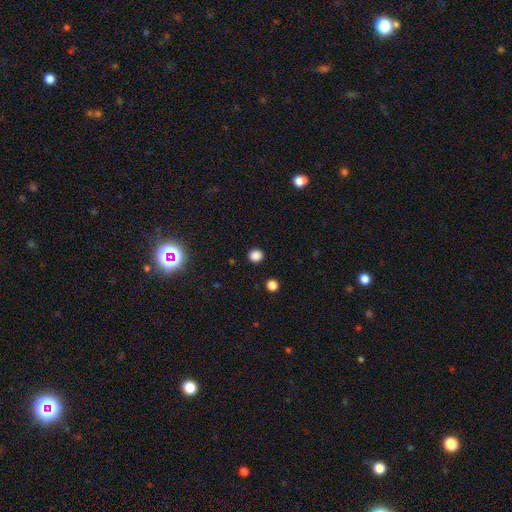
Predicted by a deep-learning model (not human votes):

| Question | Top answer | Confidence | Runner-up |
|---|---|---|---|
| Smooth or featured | smooth | 85% | star or artifact (13%) |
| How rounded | round | 85% | in between (14%) |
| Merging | none | 91% | minor disturbance (5%) |